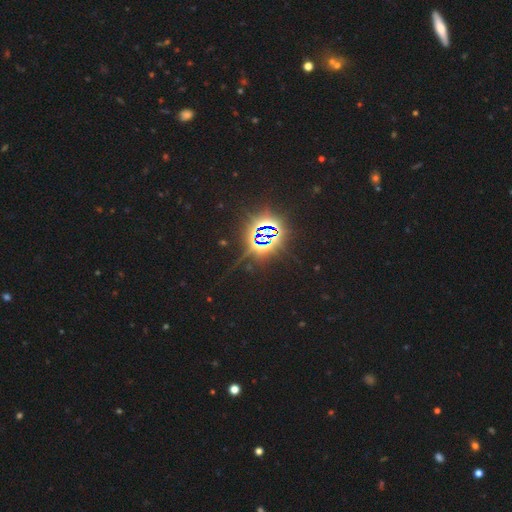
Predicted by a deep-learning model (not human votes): This is likely a star or artifact rather than a galaxy (77%).